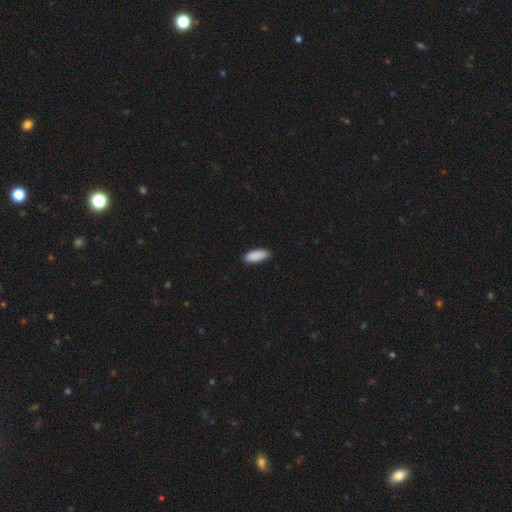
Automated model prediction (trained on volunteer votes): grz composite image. It shows a smooth galaxy with no disk features (91%) that is in between round and cigar-shaped (73%). Merging: none (88%).